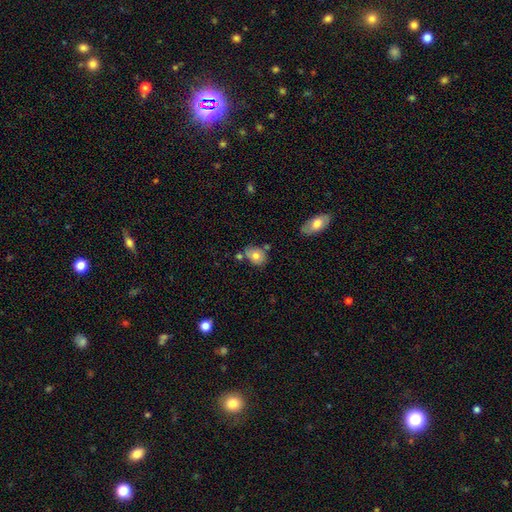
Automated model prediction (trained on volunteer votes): This appears to be a smooth galaxy with no disk features (75%) that is in between round and cigar-shaped (58%). Merging: none (62%).